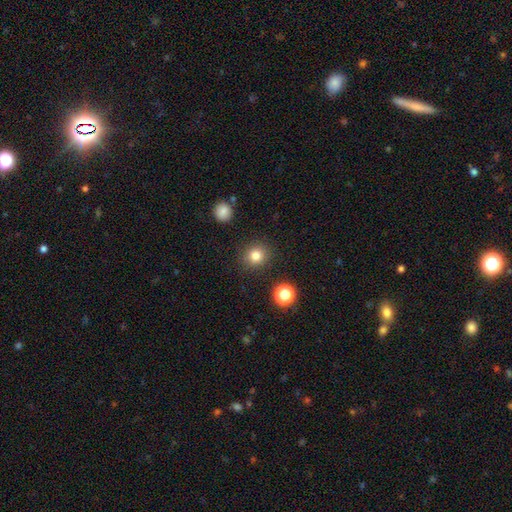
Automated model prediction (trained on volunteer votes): A smooth galaxy with no disk features (81%) that is round (88%). Merging: none (88%).